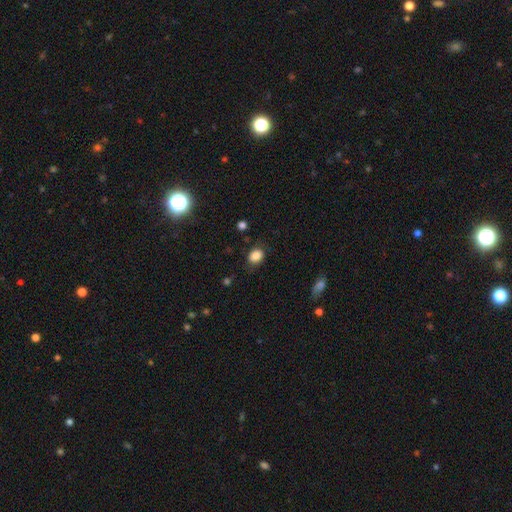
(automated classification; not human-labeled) A smooth galaxy with no disk features (86%) that is in between round and cigar-shaped (58%).

Vote fractions:
- Smooth or featured? smooth: 86% / star or artifact: 9% / featured or disk: 5%
- How rounded? in between: 58% / round: 41% / cigar-shaped: 1%
- Merging? none: 75% / minor disturbance: 18% / major disturbance: 6% / merger: 2%